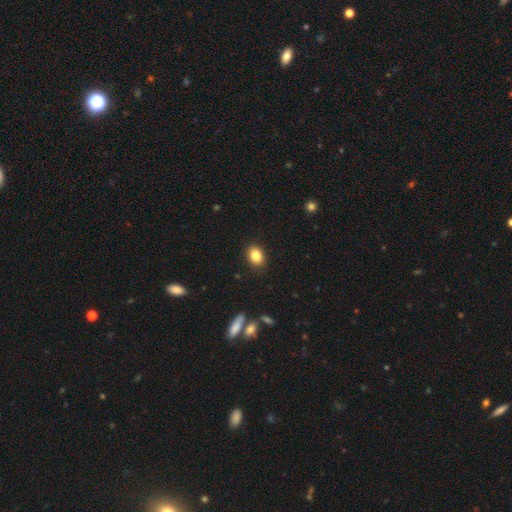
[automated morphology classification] smooth-or-featured: smooth: 84% | star or artifact: 9% | featured or disk: 7%
  how-rounded: in between: 68% | round: 30% | cigar-shaped: 1%
  merging: none: 89% | minor disturbance: 7% | major disturbance: 2% | merger: 1%